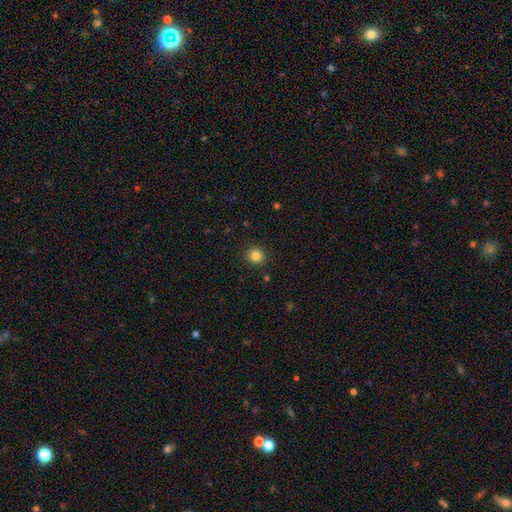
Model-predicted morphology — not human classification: Smooth or featured? Predicted: smooth (p=0.83). How rounded? Predicted: round (p=0.87). Merging? Predicted: none (p=0.90).